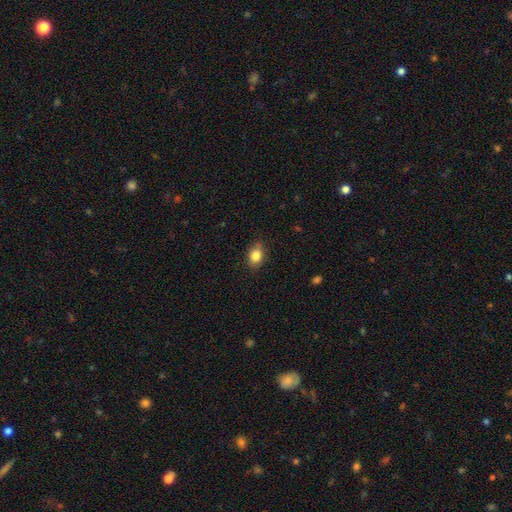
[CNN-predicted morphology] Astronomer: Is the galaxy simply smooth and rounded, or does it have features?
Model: smooth — 84%.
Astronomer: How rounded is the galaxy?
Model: in between — 69%.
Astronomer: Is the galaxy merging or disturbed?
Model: none — 82%.